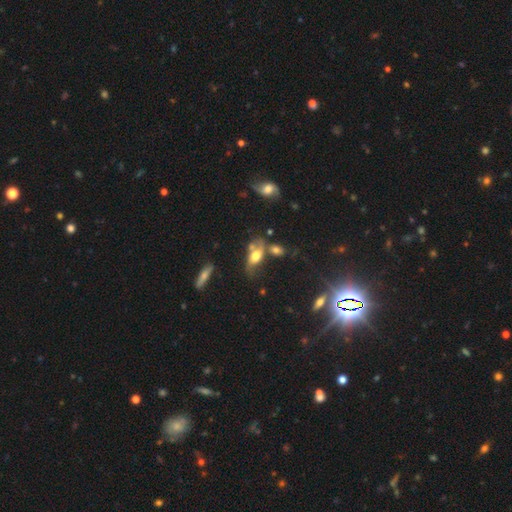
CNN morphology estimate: Smooth or featured: smooth — 50% (featured or disk — 39%)
How rounded: in between — 83% (cigar-shaped — 9%)
Merging: none — 33% (merger — 30%)